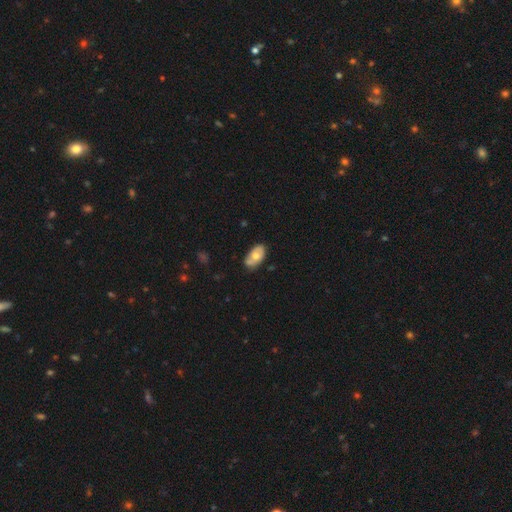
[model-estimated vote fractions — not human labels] The model was most divided on "smooth or featured": smooth: 56%, featured or disk: 37%, star or artifact: 7%. More confident: how rounded — in between (91%); merging — none (65%).